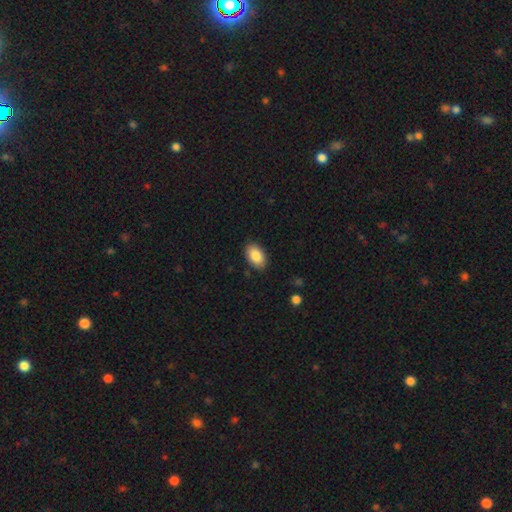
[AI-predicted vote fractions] smooth-or-featured: smooth: 86% | featured or disk: 7% | star or artifact: 7%
  how-rounded: in between: 92% | round: 7% | cigar-shaped: 1%
  merging: none: 87% | minor disturbance: 9% | major disturbance: 2% | merger: 1%